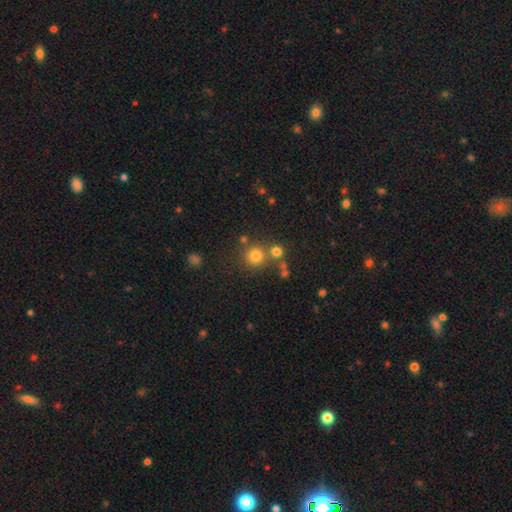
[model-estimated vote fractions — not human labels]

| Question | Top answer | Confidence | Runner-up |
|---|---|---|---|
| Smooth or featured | smooth | 76% | star or artifact (16%) |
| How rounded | round | 92% | in between (7%) |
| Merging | none | 69% | merger (19%) |